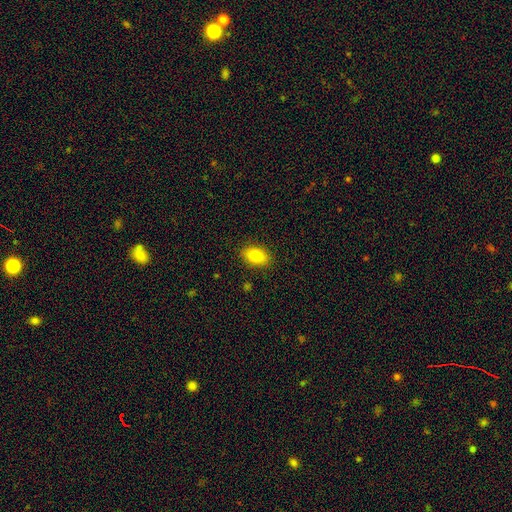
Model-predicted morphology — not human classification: Overall: smooth (82%). How rounded: in between (87%). Merging: none (88%).